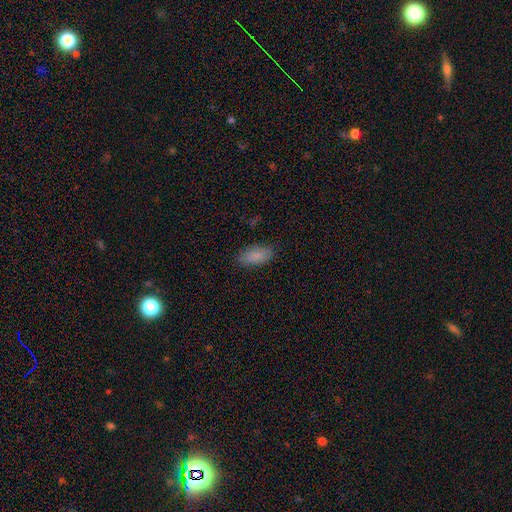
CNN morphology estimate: smooth_or_featured: smooth (p=0.87) [alt: star or artifact p=0.07]
how_rounded: in between (p=0.91) [alt: cigar-shaped p=0.06]
merging: none (p=0.84) [alt: minor disturbance p=0.12]